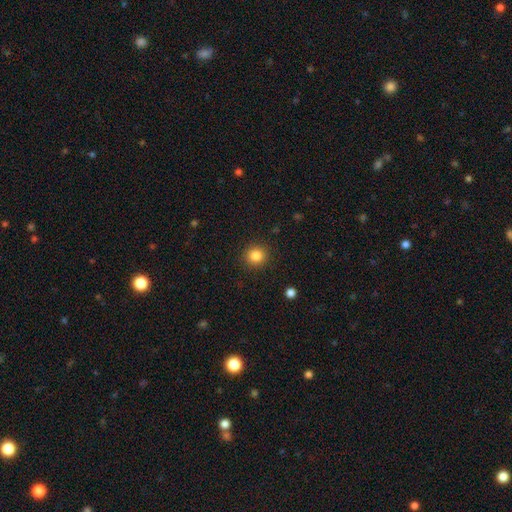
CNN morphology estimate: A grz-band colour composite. It shows a smooth galaxy with no disk features (85%) that is round (92%). Merging: none (91%).